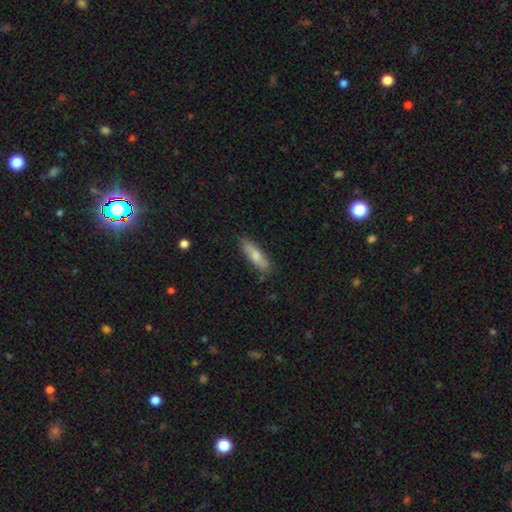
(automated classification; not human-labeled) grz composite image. It shows a smooth galaxy with no disk features (74%) that is cigar-shaped (63%). Merging: none (82%).